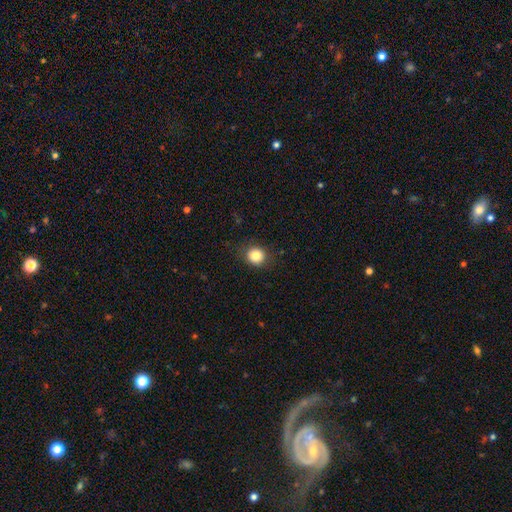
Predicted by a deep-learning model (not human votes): Smooth or featured? smooth (83%)
How rounded? round (85%)
Merging? none (87%)